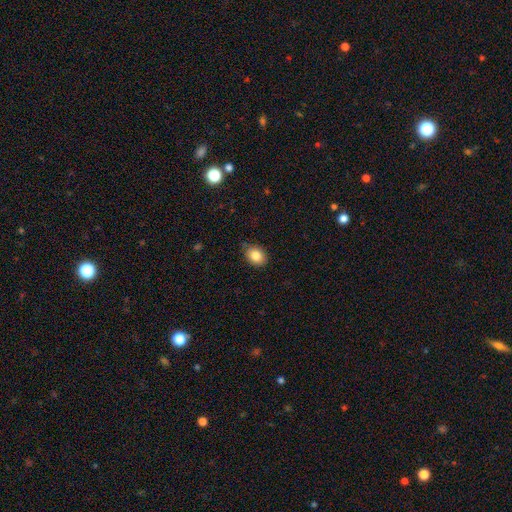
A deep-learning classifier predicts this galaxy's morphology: type=smooth (85%); roundness=in between (59%); merging=none (83%).